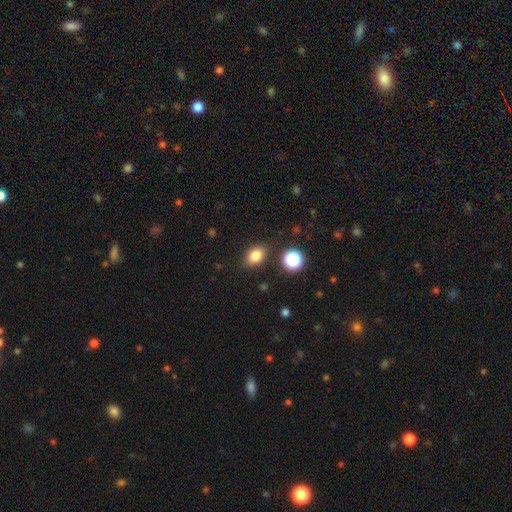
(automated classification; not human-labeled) smooth-or-featured: smooth: 82% | star or artifact: 11% | featured or disk: 6%
  how-rounded: in between: 74% | round: 24% | cigar-shaped: 1%
  merging: none: 84% | minor disturbance: 10% | merger: 3% | major disturbance: 3%